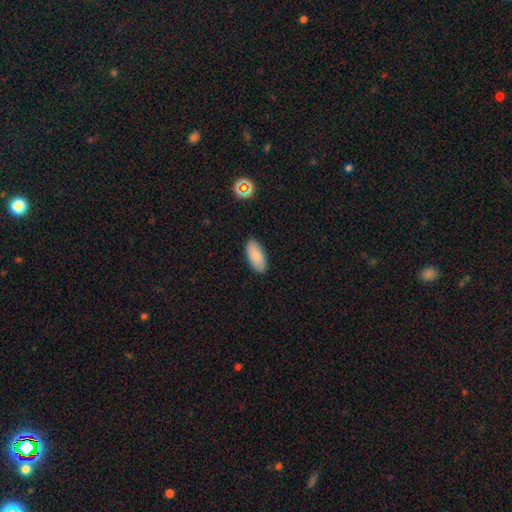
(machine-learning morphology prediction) type=smooth (87%); roundness=in between (89%); merging=none (89%).